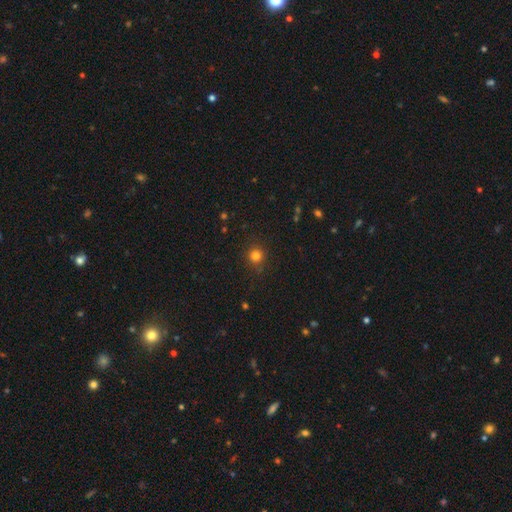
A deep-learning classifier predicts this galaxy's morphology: Overall: smooth (80%). How rounded: round (93%). Merging: none (87%).